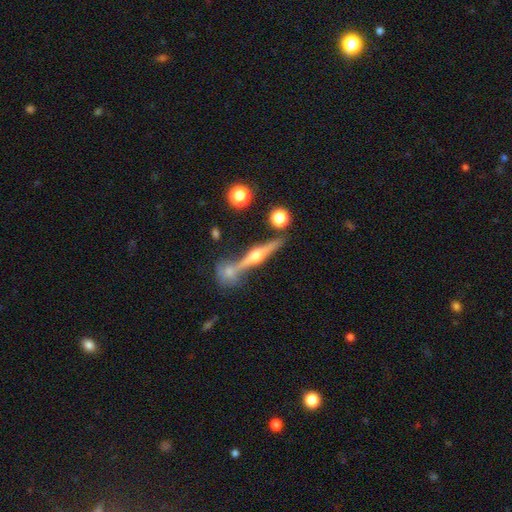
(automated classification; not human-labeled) This appears to be a featured or disk galaxy (80%) viewed edge-on (97%) with a rounded central bulge (95%). Merging: none (73%).